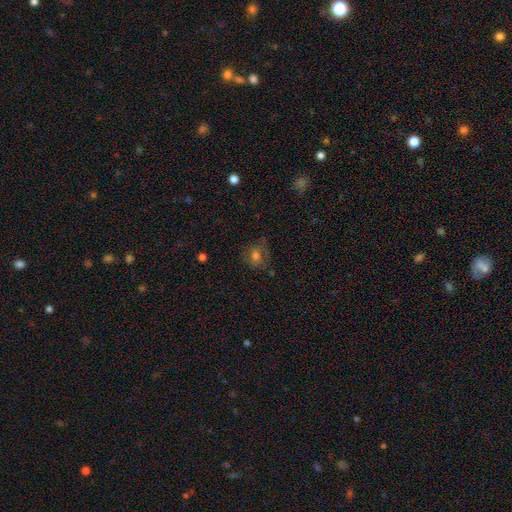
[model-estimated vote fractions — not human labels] A smooth galaxy with no disk features (62%) that is round (68%).

Vote fractions:
- Smooth or featured? smooth: 62% / star or artifact: 20% / featured or disk: 18%
- How rounded? round: 68% / in between: 30% / cigar-shaped: 1%
- Merging? none: 63% / minor disturbance: 22% / major disturbance: 12% / merger: 2%